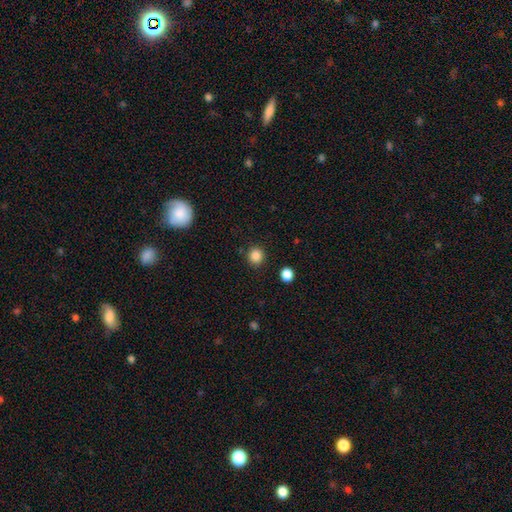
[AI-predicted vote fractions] The model was most divided on "smooth or featured": smooth: 86%, star or artifact: 11%, featured or disk: 3%. More confident: how rounded — round (91%); merging — none (89%).